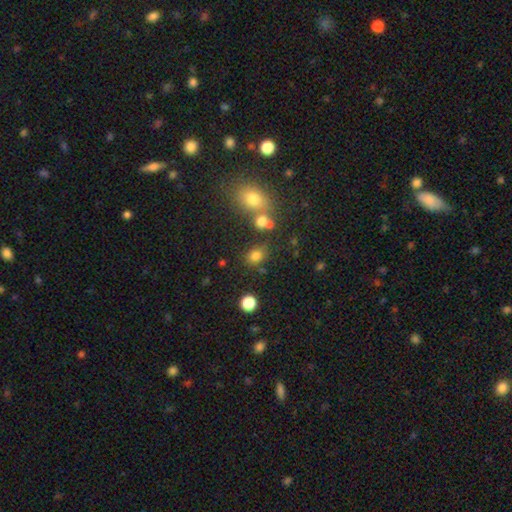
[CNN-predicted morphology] type=smooth (76%); roundness=round (54%); merging=none (66%).